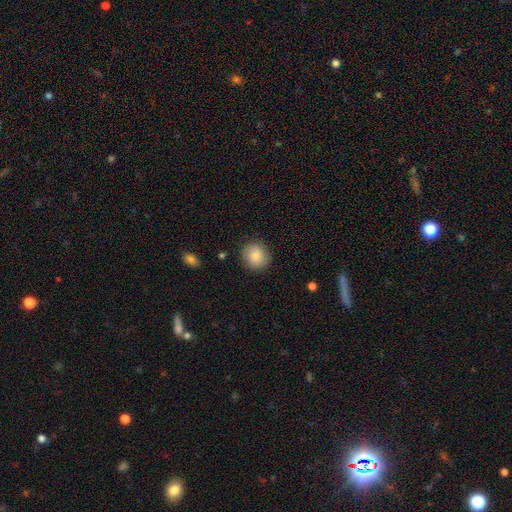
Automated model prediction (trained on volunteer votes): The model was most divided on "how rounded": round: 86%, in between: 13%, cigar-shaped: 1%. More confident: merging — none (86%); smooth or featured — smooth (83%).